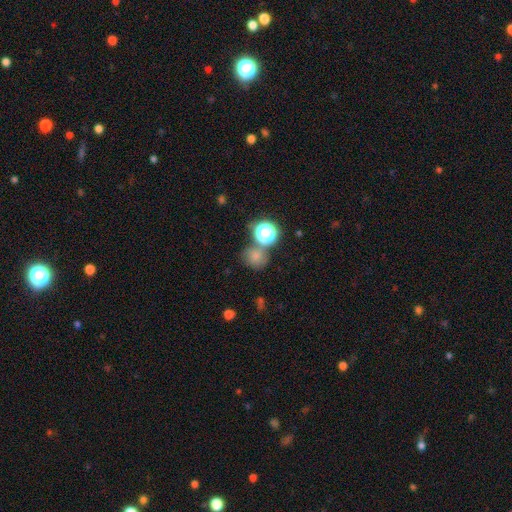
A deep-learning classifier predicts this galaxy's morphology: A smooth galaxy with no disk features (71%) that is round (76%).

Vote fractions:
- Smooth or featured? smooth: 71% / star or artifact: 21% / featured or disk: 8%
- How rounded? round: 76% / in between: 23% / cigar-shaped: 1%
- Merging? none: 57% / merger: 21% / minor disturbance: 14% / major disturbance: 7%